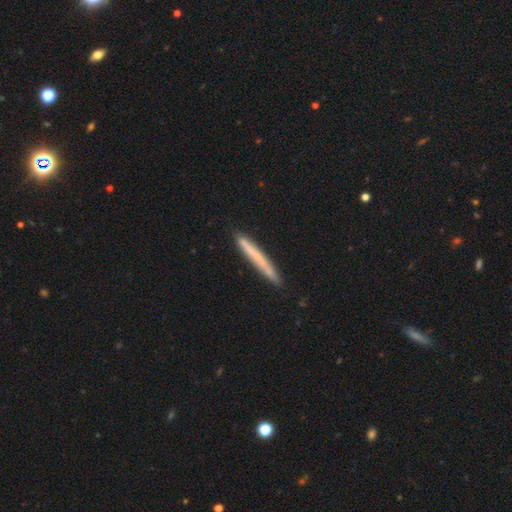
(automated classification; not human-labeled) smooth 61%, featured or disk 33%, star or artifact 6%. Down the decision tree: how rounded — cigar-shaped (97%); merging — none (88%).